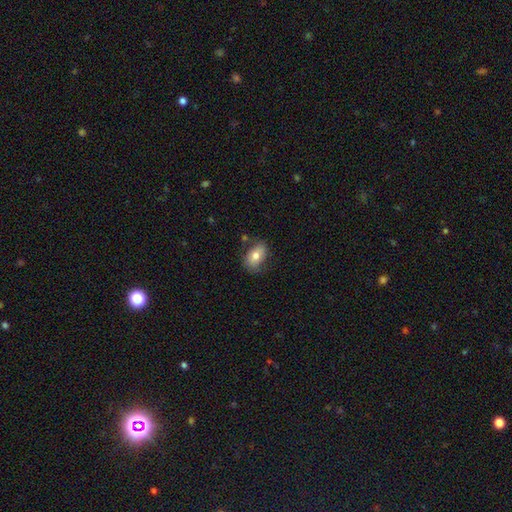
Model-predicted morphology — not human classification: Smooth or featured? smooth (74%)
How rounded? in between (88%)
Merging? none (70%)